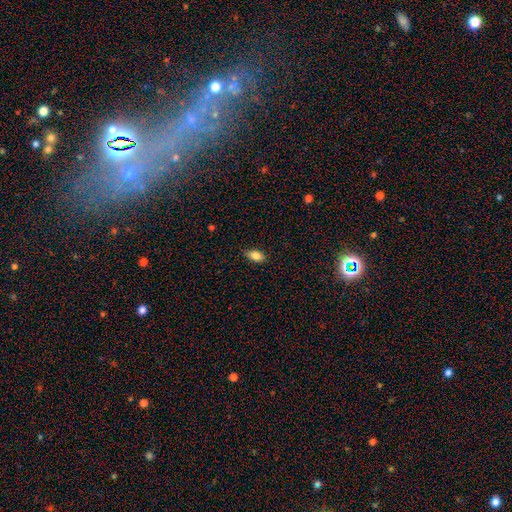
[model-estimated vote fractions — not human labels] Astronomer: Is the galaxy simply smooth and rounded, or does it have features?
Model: smooth — 83%.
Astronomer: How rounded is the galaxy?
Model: in between — 87%.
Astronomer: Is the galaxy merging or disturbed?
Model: none — 84%.